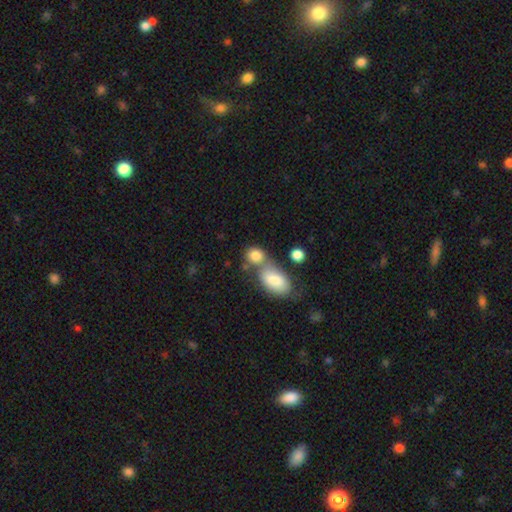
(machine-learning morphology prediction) This is clearly a smooth galaxy (83%). How rounded: possibly in between (51%). Merging: marginally merger (44%).